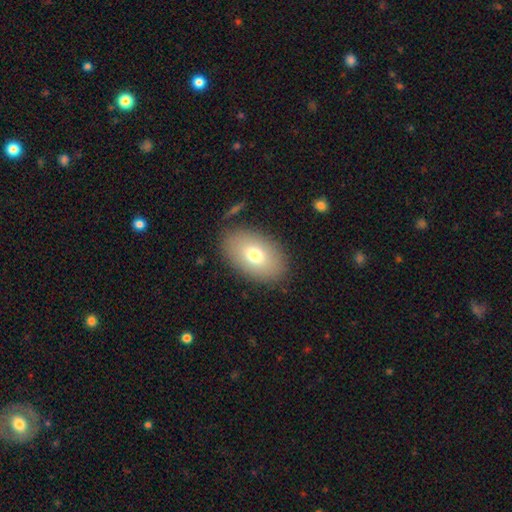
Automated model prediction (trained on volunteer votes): Smooth or featured? smooth (71%)
How rounded? in between (90%)
Merging? none (85%)